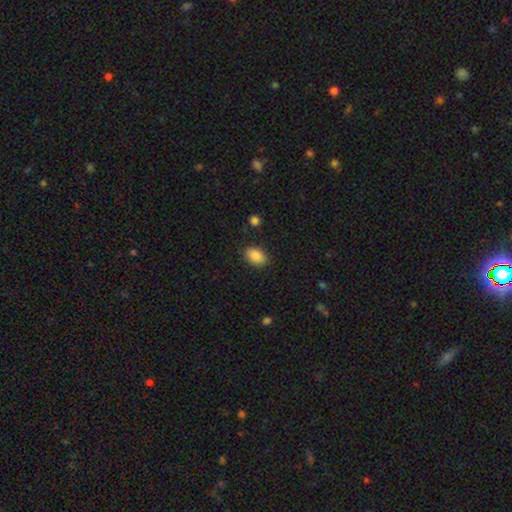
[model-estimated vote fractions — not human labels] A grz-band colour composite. It shows a smooth galaxy with no disk features (89%) that is in between round and cigar-shaped (88%). Merging: none (87%).